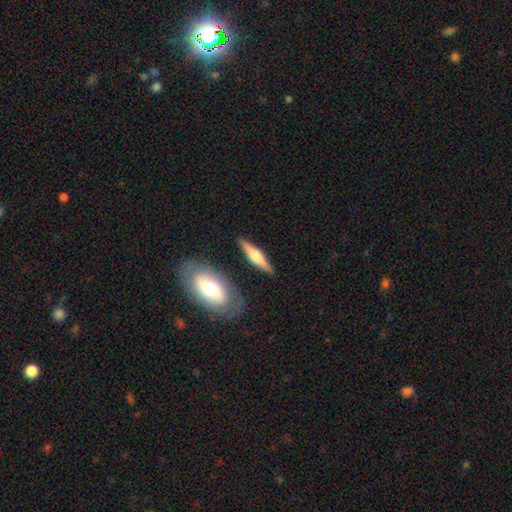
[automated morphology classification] smooth_or_featured: featured or disk (p=0.57) [alt: smooth p=0.38]
disk_edge_on: yes (p=0.94) [alt: no p=0.06]
edge_on_bulge: rounded (p=0.88) [alt: boxy p=0.07]
merging: none (p=0.84) [alt: minor disturbance p=0.10]